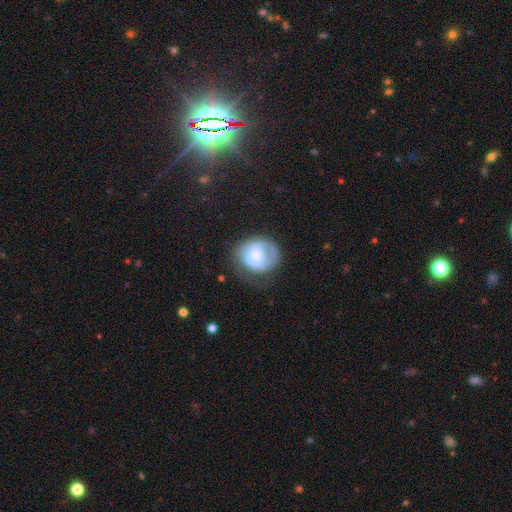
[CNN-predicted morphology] Smooth or featured: smooth — 53% (featured or disk — 40%)
How rounded: round — 71% (in between — 28%)
Merging: none — 48% (minor disturbance — 29%)